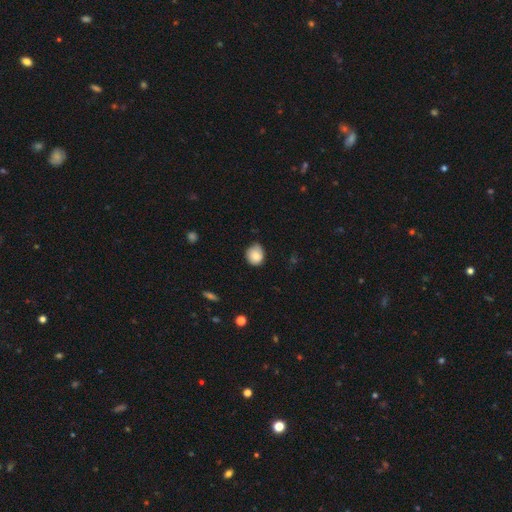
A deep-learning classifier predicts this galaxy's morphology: A smooth galaxy with no disk features (83%) that is round (70%). Merging: none (62%).